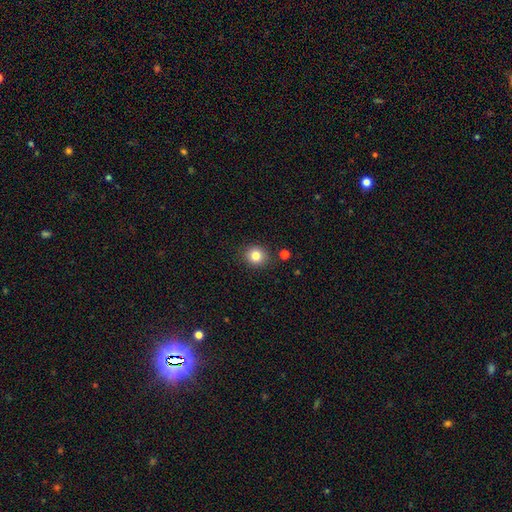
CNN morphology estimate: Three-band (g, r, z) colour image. It shows a smooth galaxy with no disk features (82%) that is round (85%). Merging: none (88%).